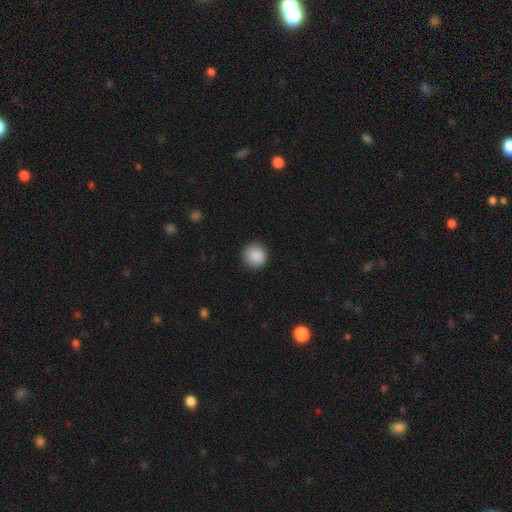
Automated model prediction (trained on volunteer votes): This is clearly a smooth galaxy (89%). How rounded: clearly round (94%). Merging: clearly none (91%).